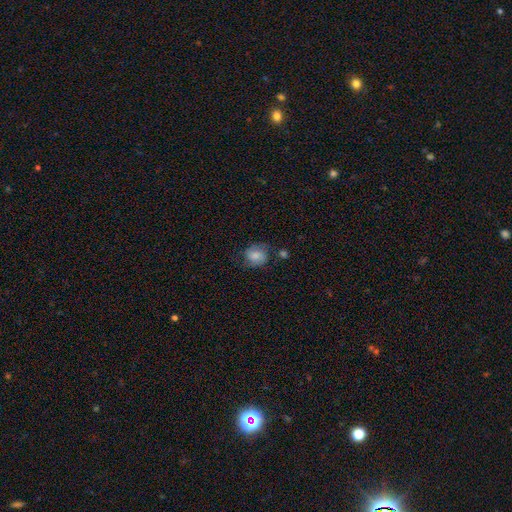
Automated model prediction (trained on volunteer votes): Smooth or featured? smooth (64%)
How rounded? round (64%)
Merging? none (59%)